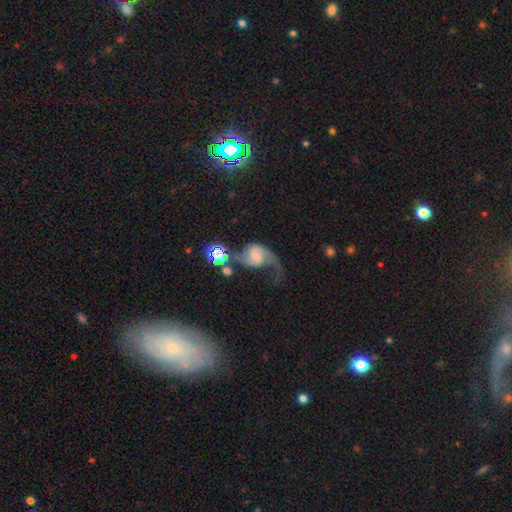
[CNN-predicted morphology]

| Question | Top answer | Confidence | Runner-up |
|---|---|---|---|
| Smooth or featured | featured or disk | 81% | smooth (11%) |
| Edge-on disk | no | 98% | yes (2%) |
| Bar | weak | 49% | no (36%) |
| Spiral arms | yes | 95% | no (5%) |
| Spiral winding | loose | 60% | medium (32%) |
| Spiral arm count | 2 | 86% | 1 (8%) |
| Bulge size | small | 42% | moderate (32%) |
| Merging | none | 42% | major disturbance (25%) |